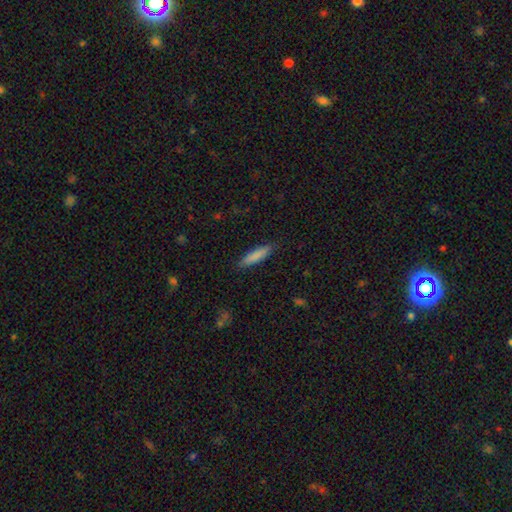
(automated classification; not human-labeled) Morphology: type=smooth (84%); roundness=cigar-shaped (81%); merging=none (88%).